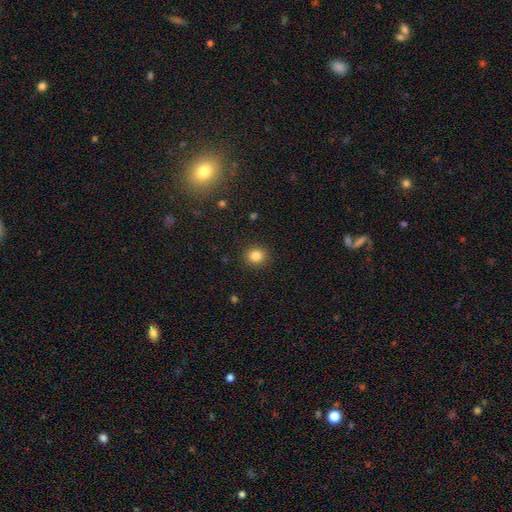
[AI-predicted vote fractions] Overall: smooth (84%). How rounded: round (84%). Merging: none (90%).